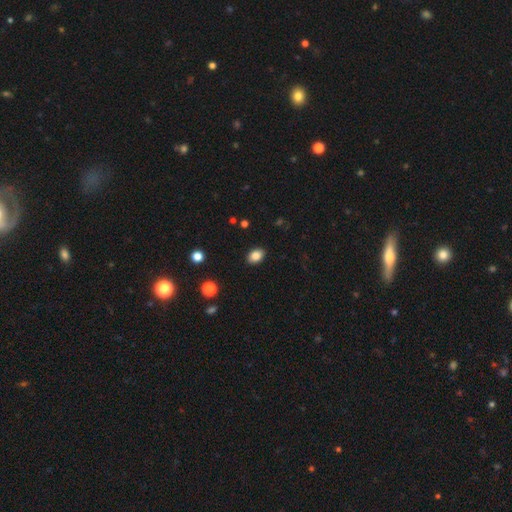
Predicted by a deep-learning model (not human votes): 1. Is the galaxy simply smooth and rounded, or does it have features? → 85% smooth, 9% star or artifact, 5% featured or disk.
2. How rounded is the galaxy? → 79% in between, 20% round, 1% cigar-shaped.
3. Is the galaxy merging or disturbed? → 89% none, 8% minor disturbance, 2% major disturbance, 1% merger.